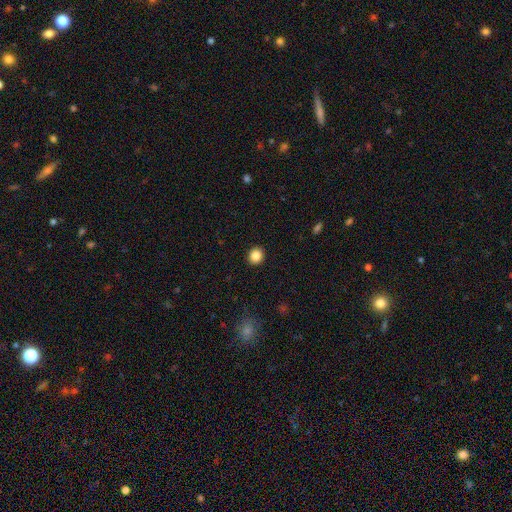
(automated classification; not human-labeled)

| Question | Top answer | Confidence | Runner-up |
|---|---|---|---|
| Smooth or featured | smooth | 86% | star or artifact (10%) |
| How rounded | round | 86% | in between (13%) |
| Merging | none | 93% | minor disturbance (5%) |